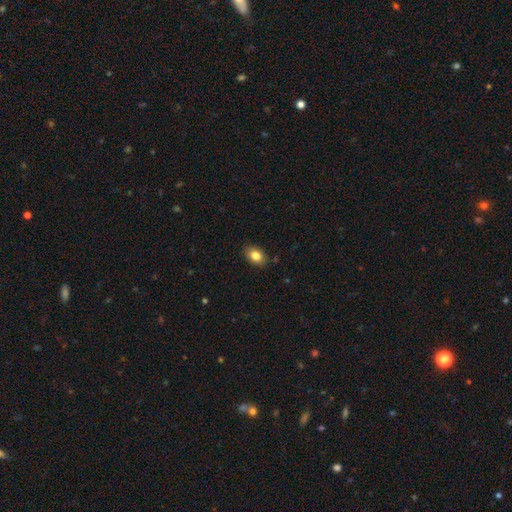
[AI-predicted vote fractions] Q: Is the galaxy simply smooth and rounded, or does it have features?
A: smooth — 84%.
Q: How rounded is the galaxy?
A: in between — 81%.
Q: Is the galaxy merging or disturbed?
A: none — 87%.